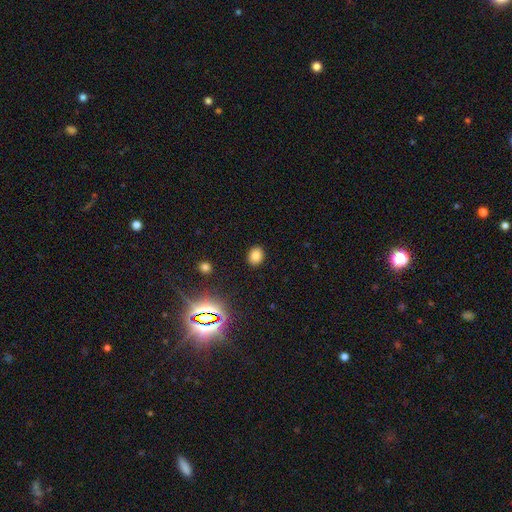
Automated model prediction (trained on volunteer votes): Q: Smooth or featured?
A: smooth (80%); runner-up: star or artifact (15%)
Q: How rounded?
A: in between (56%); runner-up: round (43%)
Q: Merging?
A: none (88%); runner-up: minor disturbance (8%)